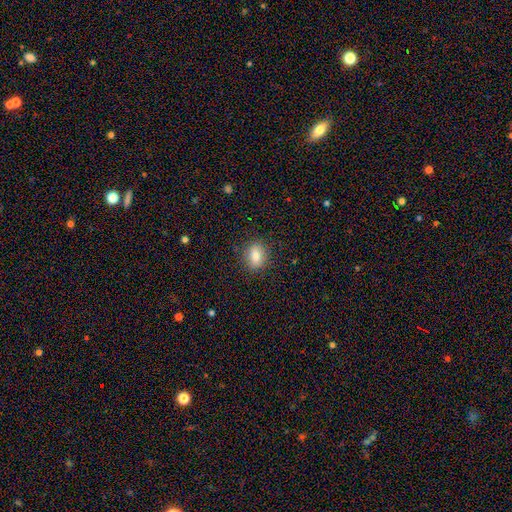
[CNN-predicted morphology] The model was most divided on "how rounded": in between: 57%, round: 40%, cigar-shaped: 3%. More confident: merging — none (85%); smooth or featured — smooth (79%).